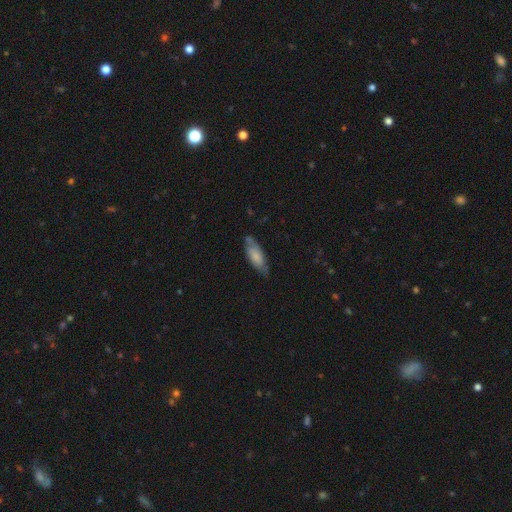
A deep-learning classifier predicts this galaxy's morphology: type=smooth (68%); roundness=in between (63%); merging=none (68%).